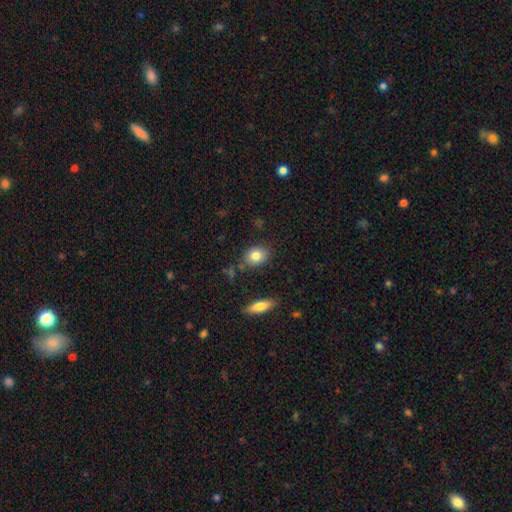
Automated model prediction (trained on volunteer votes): This appears to be a smooth galaxy with no disk features (82%) that is in between round and cigar-shaped (55%). Merging: none (81%).